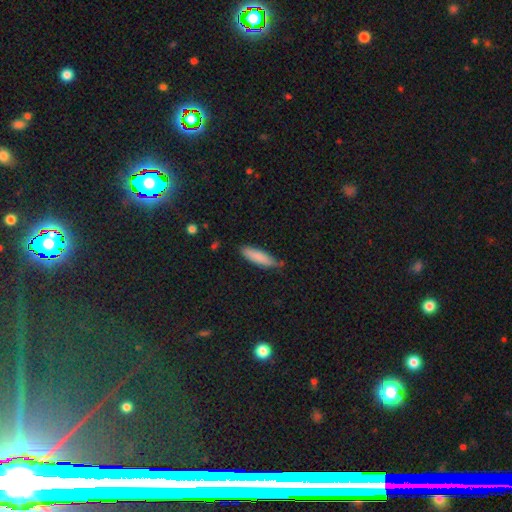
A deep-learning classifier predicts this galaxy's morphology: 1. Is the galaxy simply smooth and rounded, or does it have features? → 85% smooth, 9% featured or disk, 6% star or artifact.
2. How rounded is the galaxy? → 60% cigar-shaped, 38% in between, 2% round.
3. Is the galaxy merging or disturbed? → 64% none, 29% minor disturbance, 4% major disturbance, 2% merger.